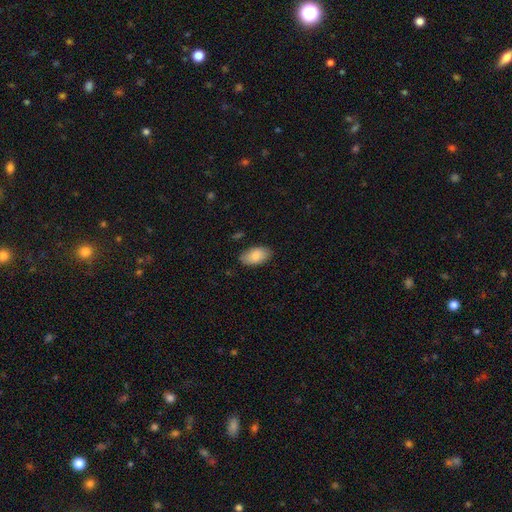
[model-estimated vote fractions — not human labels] Morphology: type=smooth (86%); roundness=in between (95%); merging=none (84%).